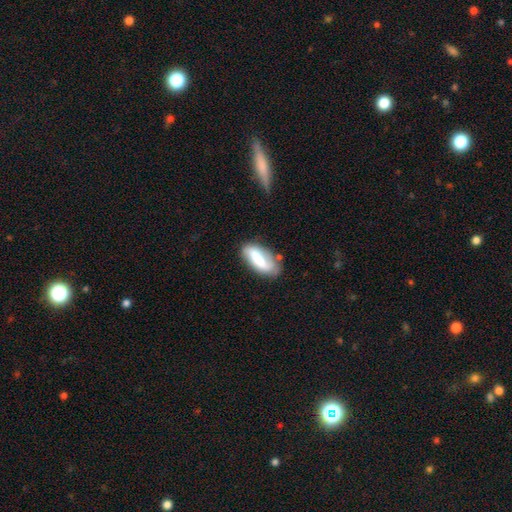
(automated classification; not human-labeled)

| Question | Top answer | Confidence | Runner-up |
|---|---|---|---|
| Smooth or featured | smooth | 57% | featured or disk (36%) |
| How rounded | in between | 78% | cigar-shaped (20%) |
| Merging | none | 64% | minor disturbance (25%) |